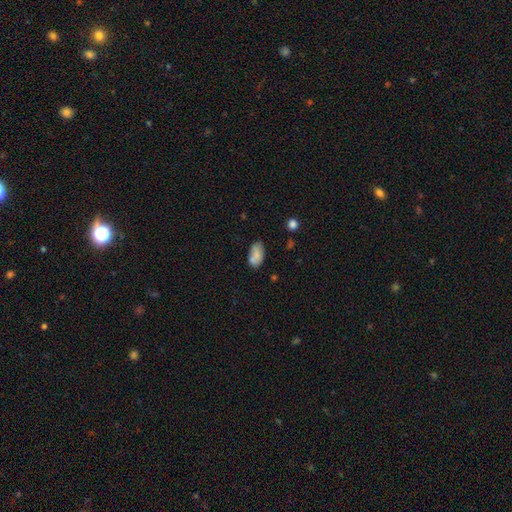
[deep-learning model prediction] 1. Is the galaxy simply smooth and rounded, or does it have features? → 76% smooth, 15% featured or disk, 8% star or artifact.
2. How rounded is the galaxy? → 92% in between, 5% round, 3% cigar-shaped.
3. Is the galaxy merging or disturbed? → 57% none, 23% minor disturbance, 14% merger, 6% major disturbance.